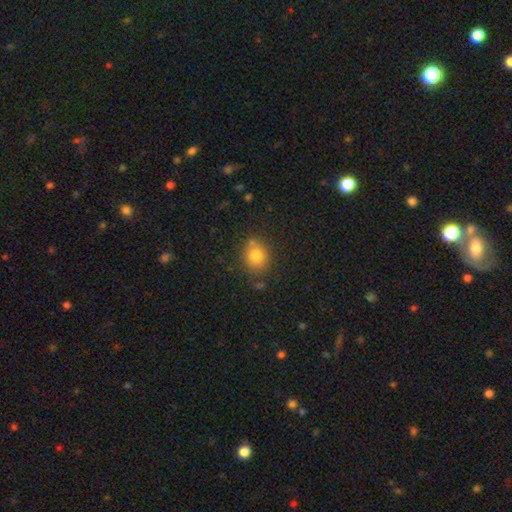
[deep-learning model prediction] Q: Smooth or featured?
A: smooth (81%); runner-up: star or artifact (11%)
Q: How rounded?
A: round (64%); runner-up: in between (35%)
Q: Merging?
A: none (74%); runner-up: minor disturbance (15%)